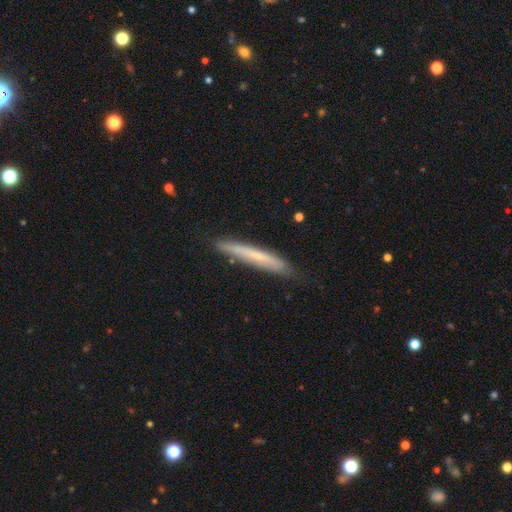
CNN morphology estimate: smooth_or_featured: smooth (p=0.53) [alt: featured or disk p=0.41]
how_rounded: cigar-shaped (p=0.96) [alt: in between p=0.03]
merging: none (p=0.82) [alt: minor disturbance p=0.14]